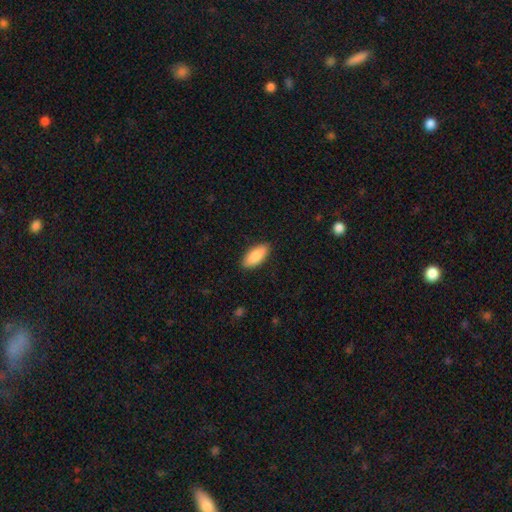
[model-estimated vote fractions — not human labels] smooth_or_featured: smooth (p=0.85) [alt: featured or disk p=0.10]
how_rounded: in between (p=0.83) [alt: cigar-shaped p=0.15]
merging: none (p=0.88) [alt: minor disturbance p=0.09]